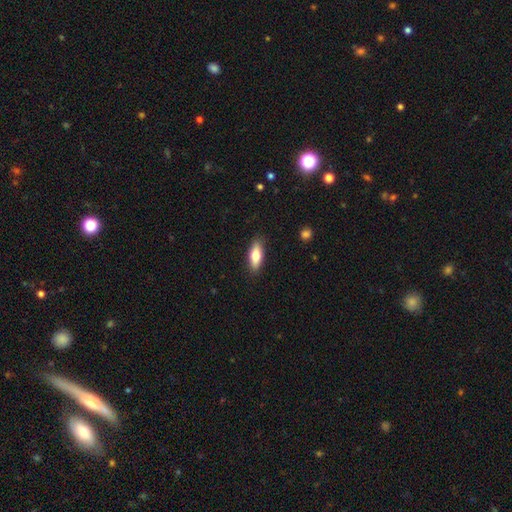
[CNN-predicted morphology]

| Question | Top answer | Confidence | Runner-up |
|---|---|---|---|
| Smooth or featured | smooth | 71% | featured or disk (22%) |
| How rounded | in between | 64% | cigar-shaped (34%) |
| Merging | none | 88% | minor disturbance (9%) |